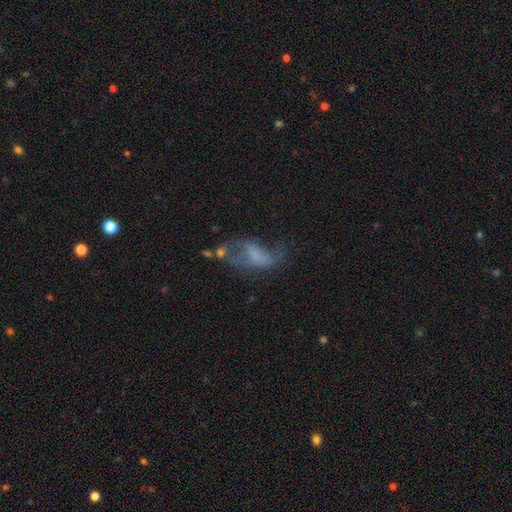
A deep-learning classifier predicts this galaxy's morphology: type=featured or disk (51%); edge-on=no (94%); merging=major disturbance (41%).